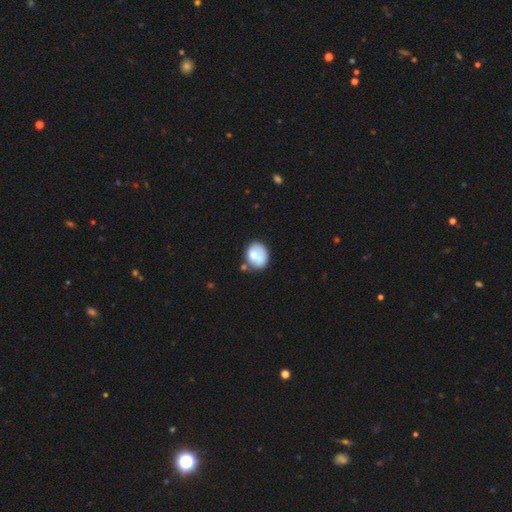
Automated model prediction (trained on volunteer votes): A smooth galaxy with no disk features (70%) that is round (52%).

Vote fractions:
- Smooth or featured? smooth: 70% / featured or disk: 23% / star or artifact: 7%
- How rounded? round: 52% / in between: 47% / cigar-shaped: 1%
- Merging? none: 59% / minor disturbance: 23% / merger: 12% / major disturbance: 7%